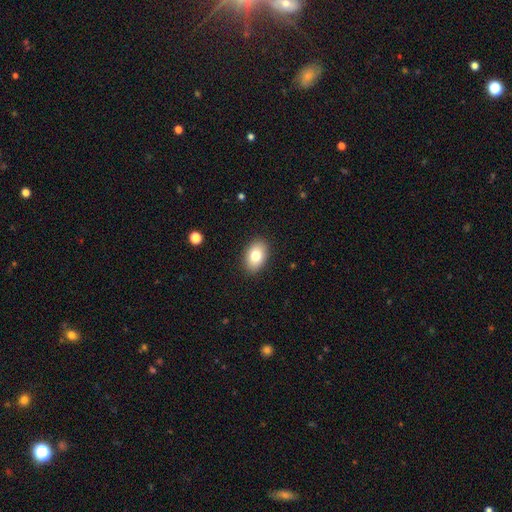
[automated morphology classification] Smooth or featured: smooth — 79% (featured or disk — 13%)
How rounded: in between — 87% (round — 12%)
Merging: none — 89% (minor disturbance — 8%)